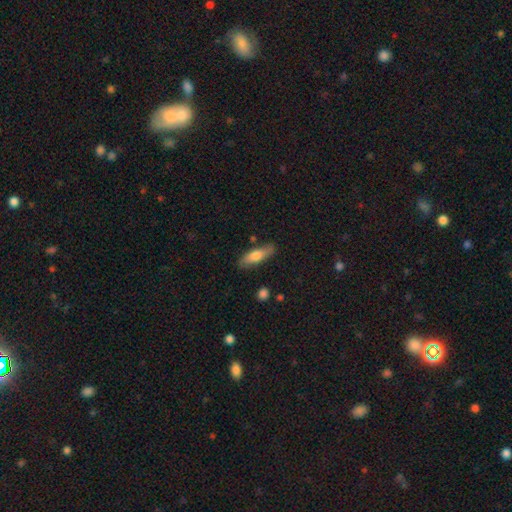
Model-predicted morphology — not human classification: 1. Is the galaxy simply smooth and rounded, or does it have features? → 71% smooth, 23% featured or disk, 6% star or artifact.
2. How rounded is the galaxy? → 51% in between, 46% cigar-shaped, 2% round.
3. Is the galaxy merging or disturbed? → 81% none, 14% minor disturbance, 3% major disturbance, 2% merger.